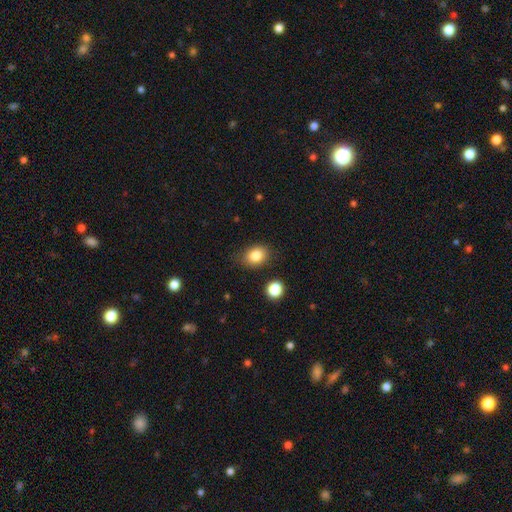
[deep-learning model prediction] smooth 83%, star or artifact 10%, featured or disk 7%. Down the decision tree: how rounded — in between (59%); merging — none (82%).